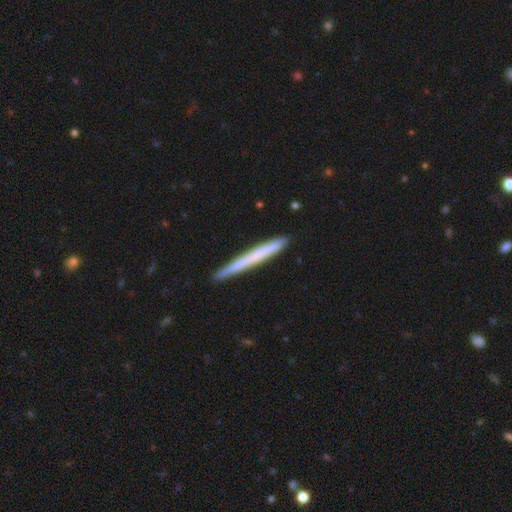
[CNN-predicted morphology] Smooth or featured?
  - smooth: 58% *
  - featured or disk: 36%
  - star or artifact: 6%
How rounded?
  - cigar-shaped: 97% *
  - in between: 2%
  - round: 1%
Merging?
  - none: 89% *
  - minor disturbance: 9%
  - major disturbance: 1%
  - merger: 1%